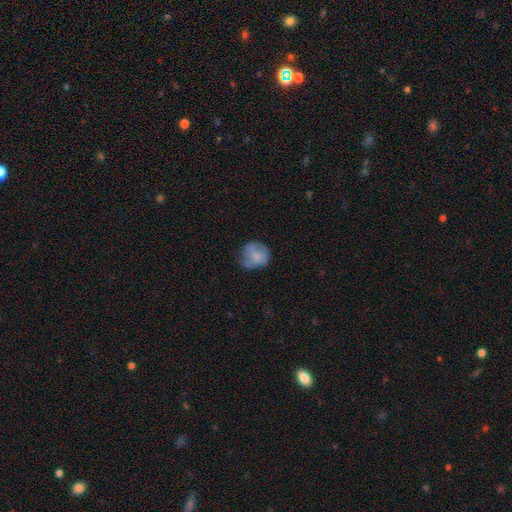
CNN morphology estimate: This appears to be a smooth galaxy with no disk features (68%) that is round (76%). Merging: none (52%).